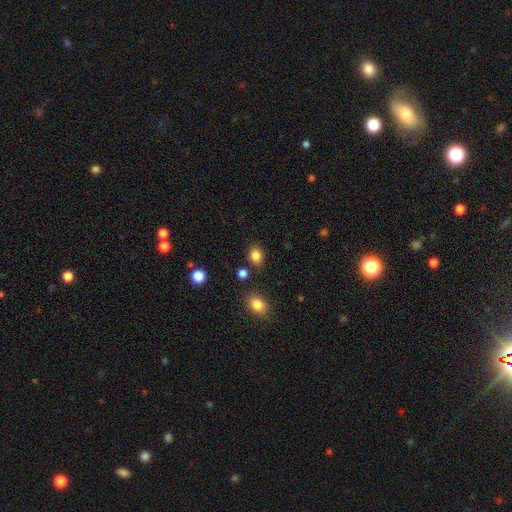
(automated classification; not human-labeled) Smooth or featured? smooth (84%)
How rounded? round (53%)
Merging? none (82%)